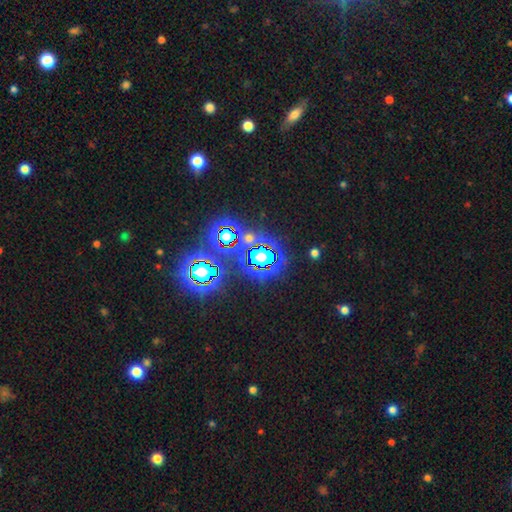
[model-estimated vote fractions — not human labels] Smooth or featured?
  - star or artifact: 80% *
  - smooth: 12%
  - featured or disk: 8%